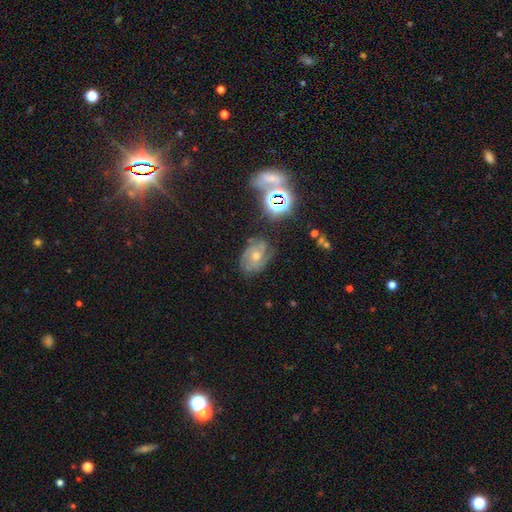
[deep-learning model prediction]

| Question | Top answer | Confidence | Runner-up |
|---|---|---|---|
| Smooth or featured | featured or disk | 71% | smooth (16%) |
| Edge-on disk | no | 97% | yes (3%) |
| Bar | no | 73% | weak (23%) |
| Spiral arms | yes | 90% | no (10%) |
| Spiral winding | tight | 50% | medium (39%) |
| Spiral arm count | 3 | 30% | can't tell (28%) |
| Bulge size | moderate | 66% | small (24%) |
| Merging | none | 66% | minor disturbance (22%) |